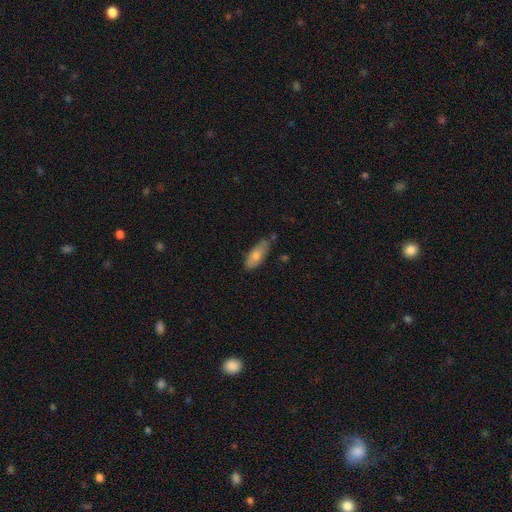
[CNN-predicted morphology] Smooth or featured: smooth — 76% (featured or disk — 17%)
How rounded: in between — 77% (cigar-shaped — 21%)
Merging: none — 69% (minor disturbance — 23%)